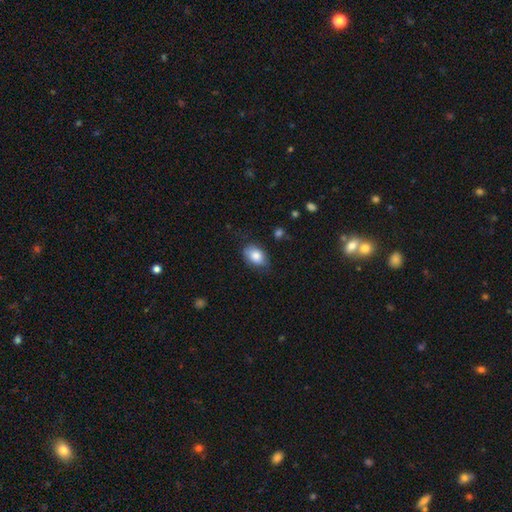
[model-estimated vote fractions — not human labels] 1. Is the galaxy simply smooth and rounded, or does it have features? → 84% smooth, 9% featured or disk, 7% star or artifact.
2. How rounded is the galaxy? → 85% in between, 14% round, 1% cigar-shaped.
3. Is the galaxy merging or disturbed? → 72% none, 22% minor disturbance, 5% major disturbance, 1% merger.